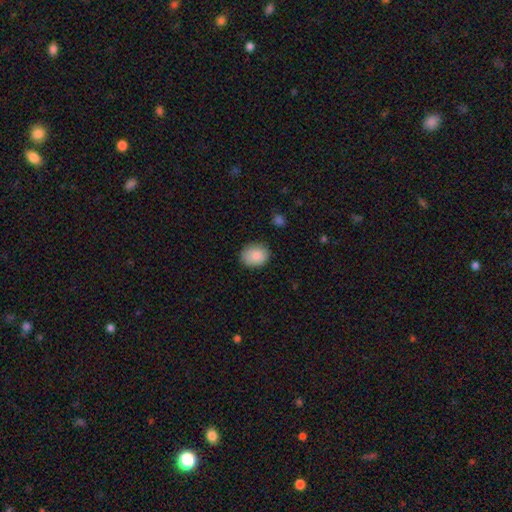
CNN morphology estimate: Q: Smooth or featured?
A: smooth (87%); runner-up: star or artifact (8%)
Q: How rounded?
A: in between (53%); runner-up: round (46%)
Q: Merging?
A: none (84%); runner-up: minor disturbance (12%)